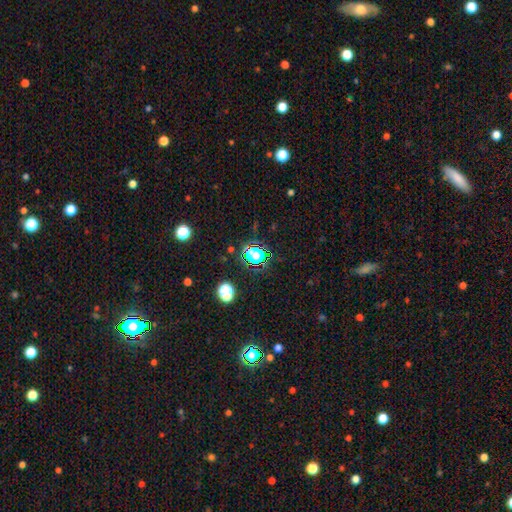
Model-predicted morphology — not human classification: This is possibly a star or artifact rather than a galaxy (54%).